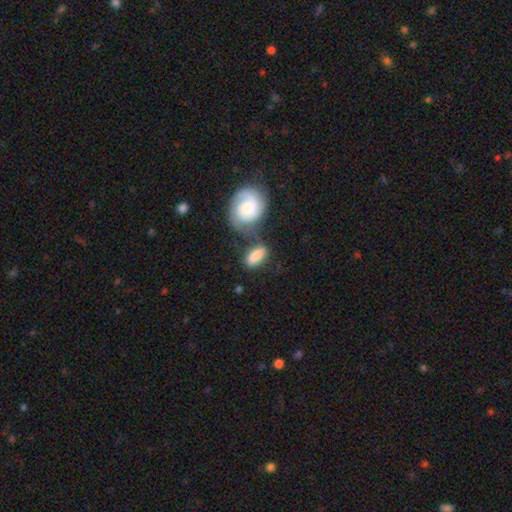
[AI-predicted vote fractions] smooth 77%, featured or disk 16%, star or artifact 6%. Down the decision tree: how rounded — in between (80%); merging — none (46%).